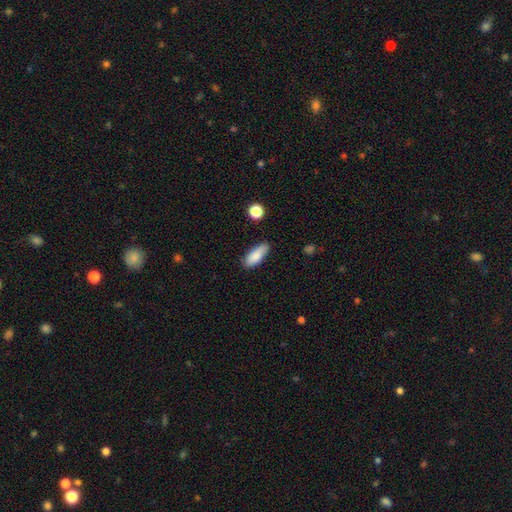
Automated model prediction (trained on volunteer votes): smooth-or-featured: smooth: 84% | featured or disk: 9% | star or artifact: 7%
  how-rounded: in between: 73% | cigar-shaped: 25% | round: 2%
  merging: none: 78% | minor disturbance: 17% | major disturbance: 3% | merger: 2%